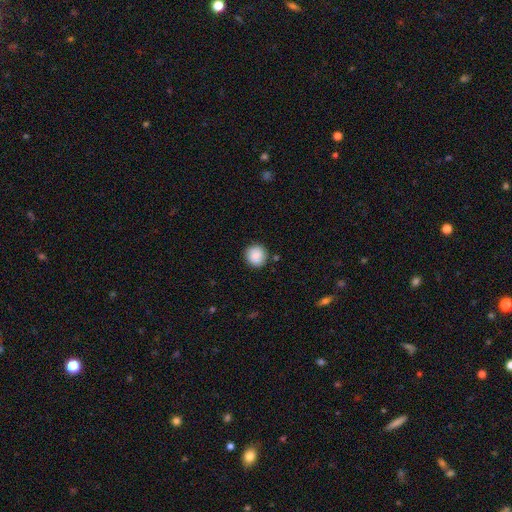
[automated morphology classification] smooth_or_featured: smooth (p=0.86) [alt: star or artifact p=0.08]
how_rounded: round (p=0.92) [alt: in between p=0.07]
merging: none (p=0.88) [alt: minor disturbance p=0.08]